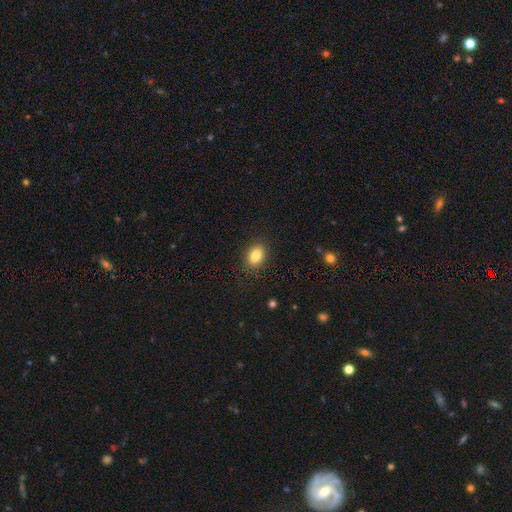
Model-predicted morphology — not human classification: smooth-or-featured: smooth: 85% | star or artifact: 9% | featured or disk: 6%
  how-rounded: in between: 79% | round: 19% | cigar-shaped: 1%
  merging: none: 88% | minor disturbance: 9% | major disturbance: 2% | merger: 1%